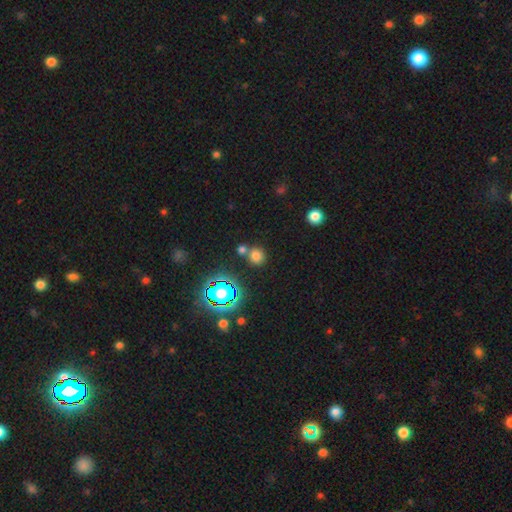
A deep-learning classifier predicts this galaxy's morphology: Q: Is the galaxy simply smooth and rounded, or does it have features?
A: smooth — 67%.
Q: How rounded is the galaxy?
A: round — 85%.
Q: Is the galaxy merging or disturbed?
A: none — 62%.